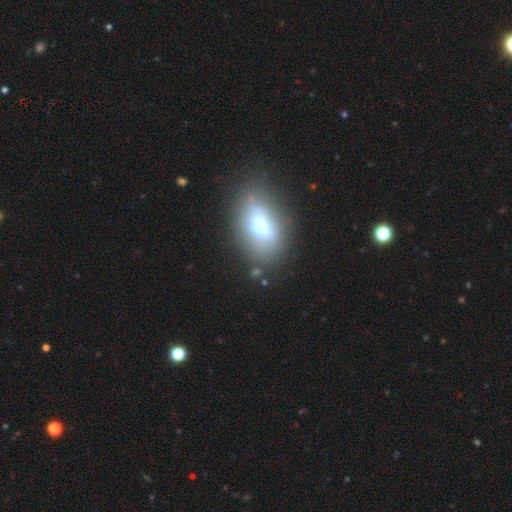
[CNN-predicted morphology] Smooth or featured: smooth — 57% (featured or disk — 30%)
How rounded: in between — 87% (round — 8%)
Merging: none — 68% (minor disturbance — 20%)